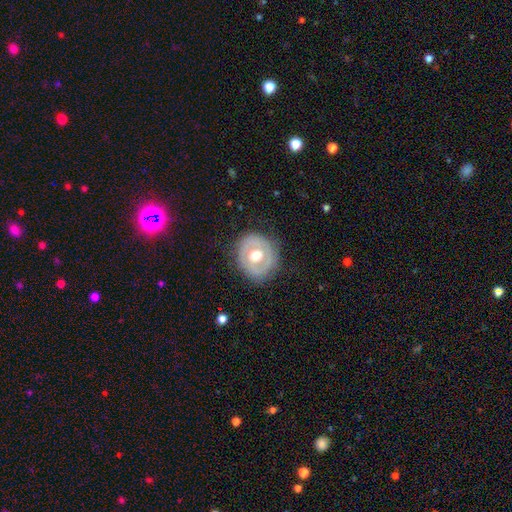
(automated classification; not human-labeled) Q: Smooth or featured?
A: featured or disk (55%); runner-up: smooth (39%)
Q: Edge-on disk?
A: no (95%); runner-up: yes (5%)
Q: Bar?
A: no (77%); runner-up: weak (18%)
Q: Spiral arms?
A: no (78%); runner-up: yes (22%)
Q: Bulge size?
A: moderate (71%); runner-up: large (22%)
Q: Merging?
A: none (80%); runner-up: minor disturbance (14%)